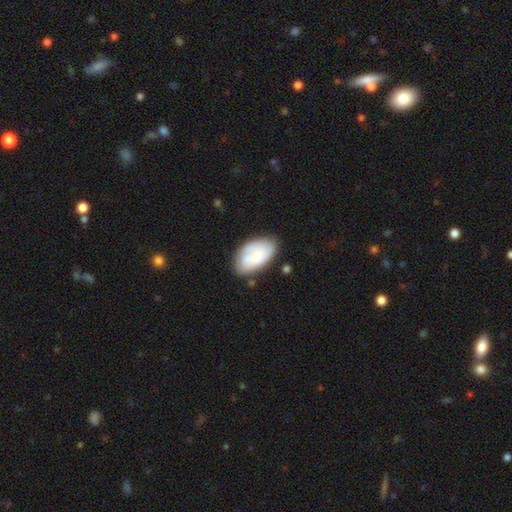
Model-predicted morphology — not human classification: Smooth or featured? smooth (68%)
How rounded? in between (94%)
Merging? none (63%)